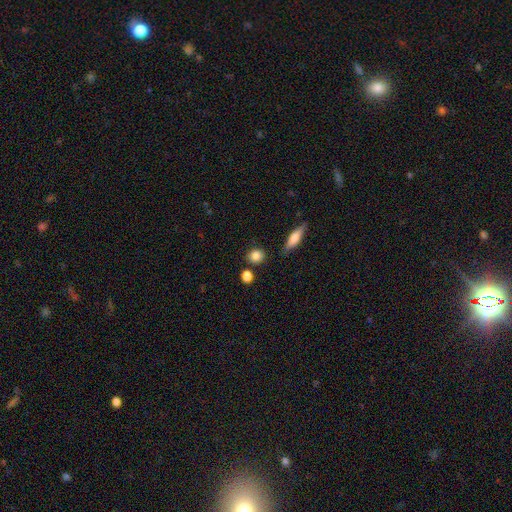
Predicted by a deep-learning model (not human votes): Smooth or featured? smooth (85%)
How rounded? round (75%)
Merging? none (80%)